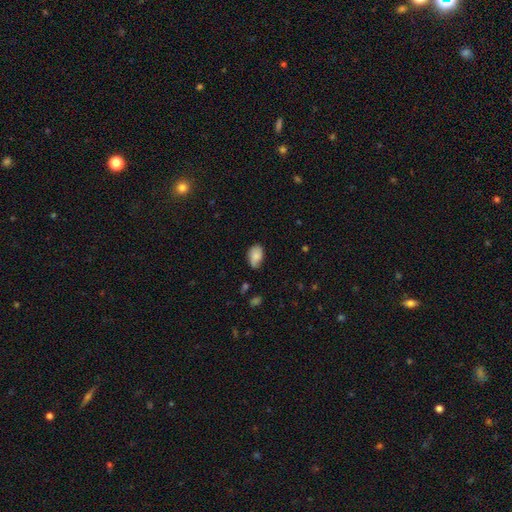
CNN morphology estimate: Overall: smooth (80%). How rounded: in between (90%). Merging: none (59%; minor disturbance 33%).